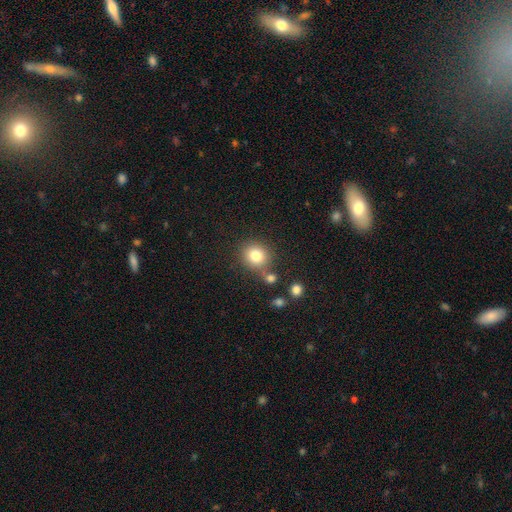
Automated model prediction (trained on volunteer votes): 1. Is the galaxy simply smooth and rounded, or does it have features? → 81% smooth, 11% star or artifact, 8% featured or disk.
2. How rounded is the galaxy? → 85% round, 14% in between, 1% cigar-shaped.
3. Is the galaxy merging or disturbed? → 73% none, 12% merger, 11% minor disturbance, 4% major disturbance.